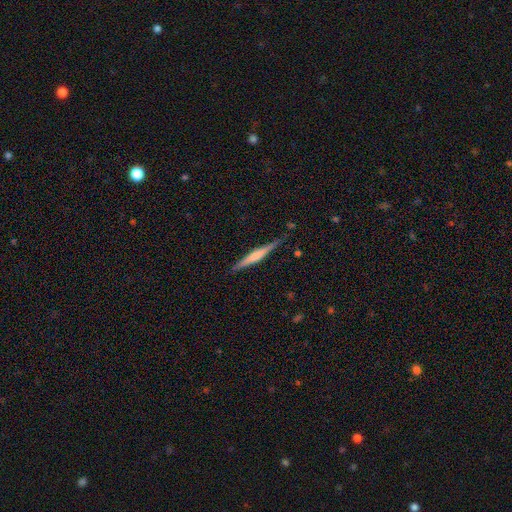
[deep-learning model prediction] Overall: featured or disk (54%; smooth 41%). Edge-on disk: yes (97%). Edge-on bulge: rounded (41%; none 40%). Merging: none (86%).